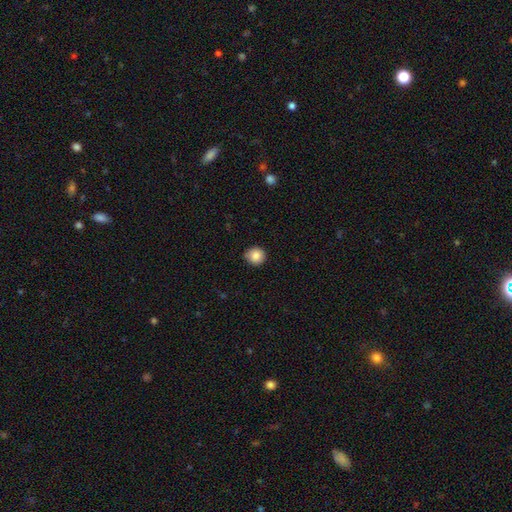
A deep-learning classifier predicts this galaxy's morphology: Smooth or featured: smooth — 85% (star or artifact — 9%)
How rounded: round — 91% (in between — 8%)
Merging: none — 83% (minor disturbance — 14%)